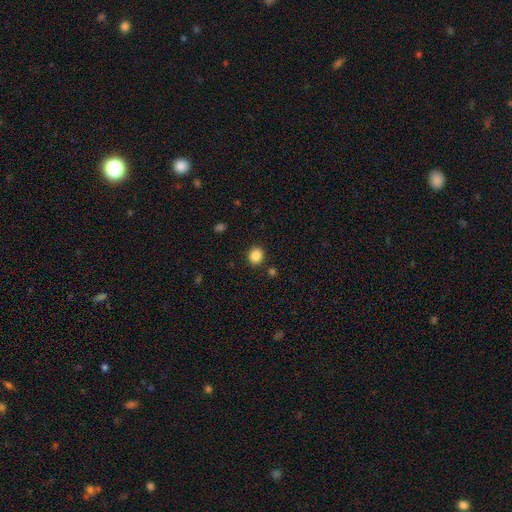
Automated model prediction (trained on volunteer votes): Overall: smooth (87%). How rounded: round (80%). Merging: none (88%).